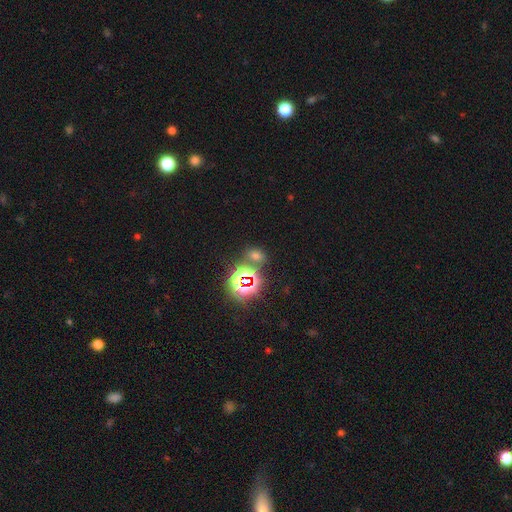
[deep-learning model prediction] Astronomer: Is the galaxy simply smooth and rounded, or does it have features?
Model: star or artifact — 46%, tied with smooth at 46%.